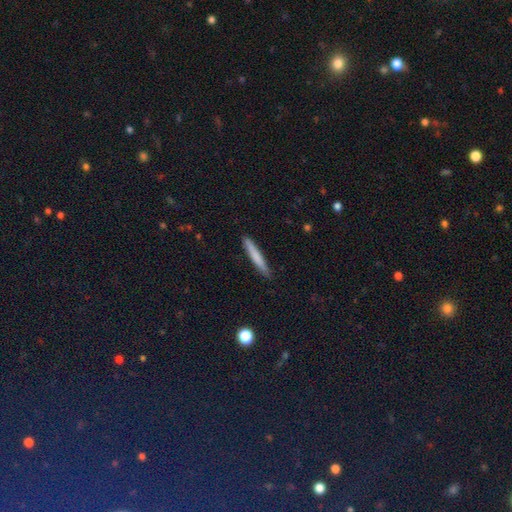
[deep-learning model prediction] Smooth or featured: smooth — 72% (featured or disk — 23%)
How rounded: cigar-shaped — 96% (in between — 3%)
Merging: none — 89% (minor disturbance — 8%)